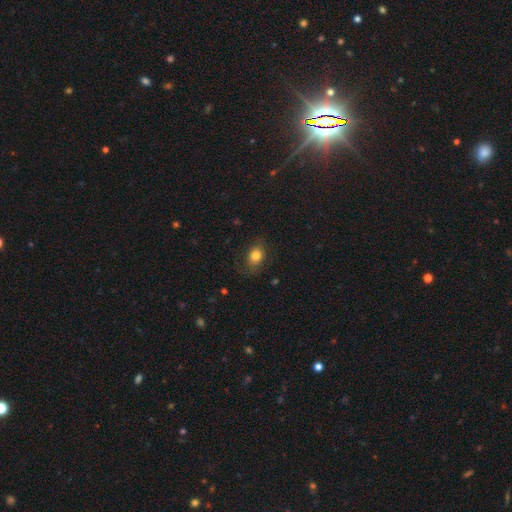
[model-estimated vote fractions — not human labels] smooth-or-featured: smooth: 80% | star or artifact: 11% | featured or disk: 9%
  how-rounded: in between: 59% | round: 40% | cigar-shaped: 1%
  merging: none: 73% | minor disturbance: 18% | major disturbance: 7% | merger: 1%